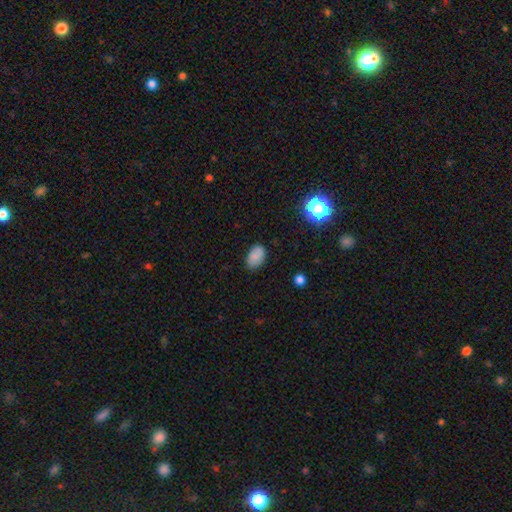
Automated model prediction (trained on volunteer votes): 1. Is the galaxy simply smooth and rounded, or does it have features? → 80% smooth, 11% star or artifact, 9% featured or disk.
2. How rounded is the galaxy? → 87% in between, 11% round, 1% cigar-shaped.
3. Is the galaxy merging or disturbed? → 76% none, 19% minor disturbance, 4% major disturbance, 2% merger.